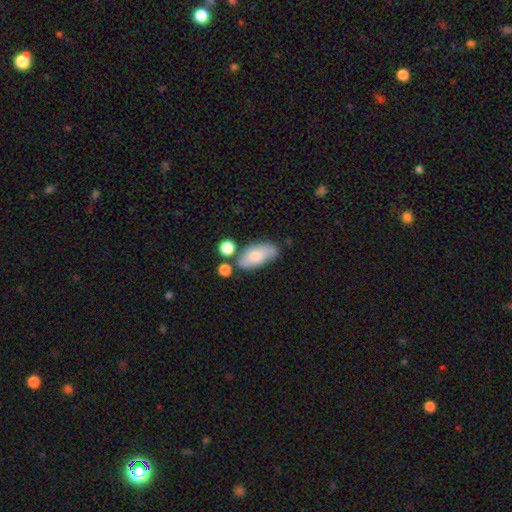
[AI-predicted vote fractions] Morphology: type=smooth (75%); roundness=in between (90%); merging=none (59%).